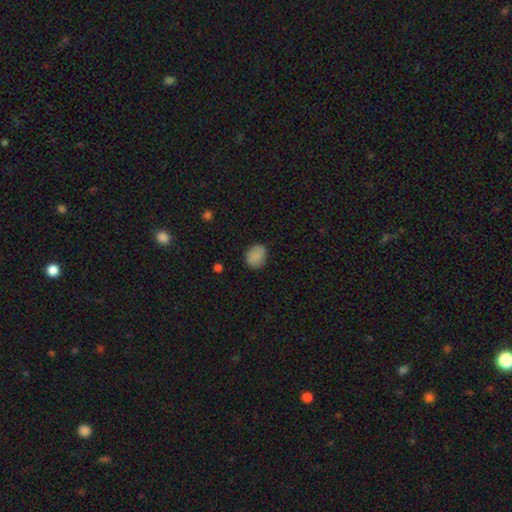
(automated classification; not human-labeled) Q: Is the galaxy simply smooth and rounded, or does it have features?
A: smooth — 83%.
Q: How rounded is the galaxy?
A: round — 69%.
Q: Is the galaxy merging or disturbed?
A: none — 80%.